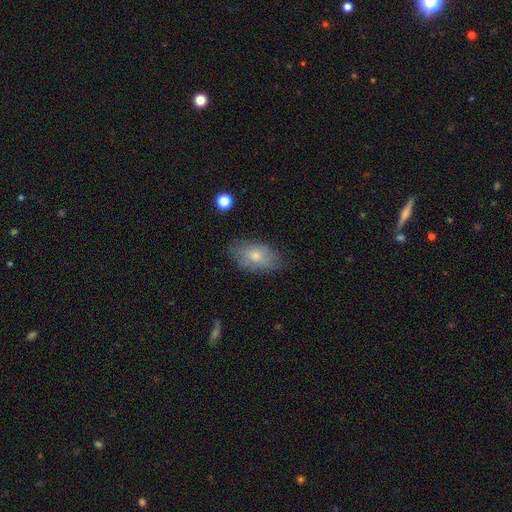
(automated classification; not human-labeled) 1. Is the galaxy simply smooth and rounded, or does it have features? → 67% smooth, 25% featured or disk, 8% star or artifact.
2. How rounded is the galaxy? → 91% in between, 6% round, 3% cigar-shaped.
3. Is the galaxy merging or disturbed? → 72% none, 21% minor disturbance, 5% major disturbance, 1% merger.